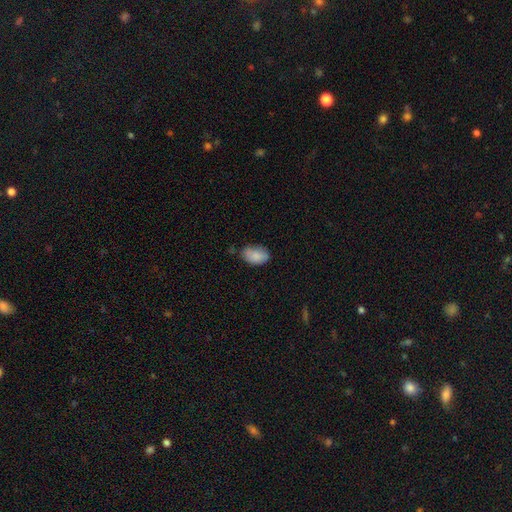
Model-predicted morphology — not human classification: type=smooth (85%); roundness=in between (91%); merging=none (62%).